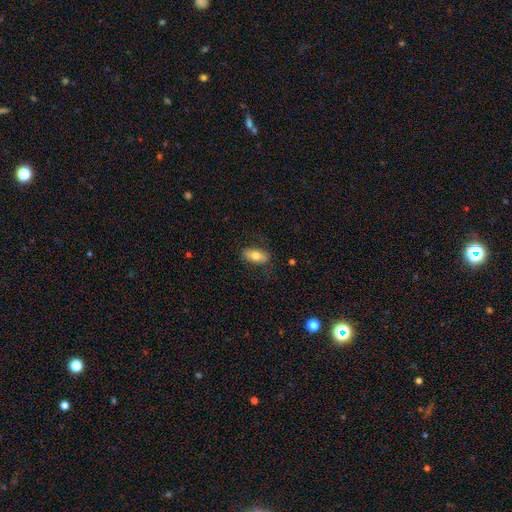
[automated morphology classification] A smooth galaxy with no disk features (71%) that is in between round and cigar-shaped (84%).

Vote fractions:
- Smooth or featured? smooth: 71% / featured or disk: 23% / star or artifact: 7%
- How rounded? in between: 84% / cigar-shaped: 12% / round: 4%
- Merging? none: 81% / minor disturbance: 14% / major disturbance: 4% / merger: 1%